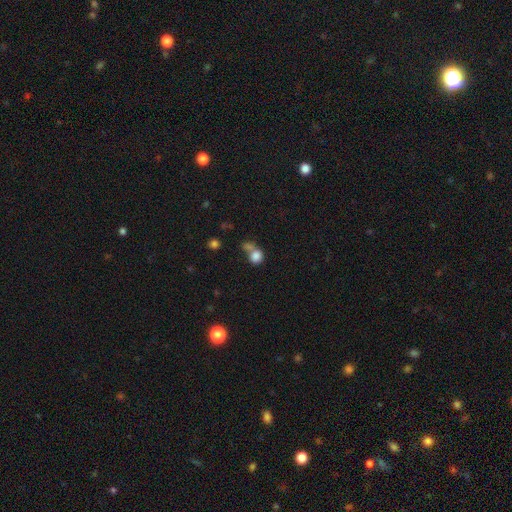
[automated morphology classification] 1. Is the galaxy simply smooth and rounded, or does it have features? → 82% smooth, 11% star or artifact, 8% featured or disk.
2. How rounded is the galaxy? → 73% round, 26% in between, 1% cigar-shaped.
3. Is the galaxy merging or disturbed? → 42% merger, 37% none, 12% minor disturbance, 8% major disturbance.